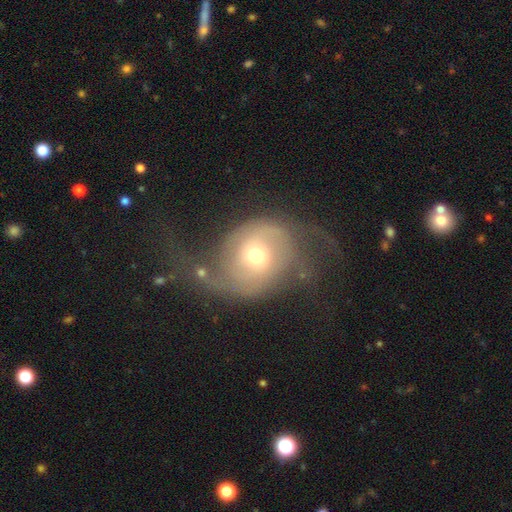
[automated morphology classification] The model was most divided on "merging": none: 40%, major disturbance: 37%, minor disturbance: 19%, merger: 4%. Remaining: edge-on disk — no (97%); spiral arms — yes (86%); spiral arm count — 2 (77%); smooth or featured — featured or disk (72%); bar — no (65%); bulge size — moderate (60%); spiral winding — loose (43%).